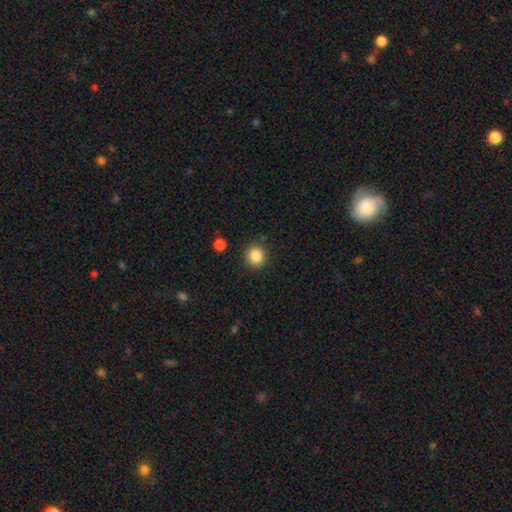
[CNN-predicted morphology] smooth_or_featured: smooth (p=0.86) [alt: star or artifact p=0.10]
how_rounded: round (p=0.90) [alt: in between p=0.09]
merging: none (p=0.88) [alt: minor disturbance p=0.07]